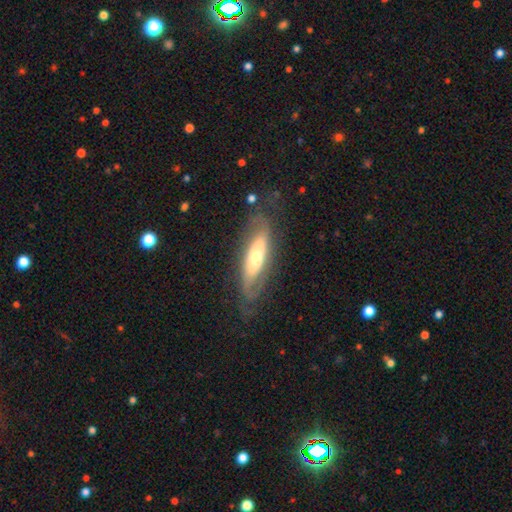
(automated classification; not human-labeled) Overall: featured or disk (69%). Edge-on disk: no (76%). Bar: no (67%). Spiral arms: yes (73%). Bulge size: moderate (56%; small 33%). Merging: none (69%).